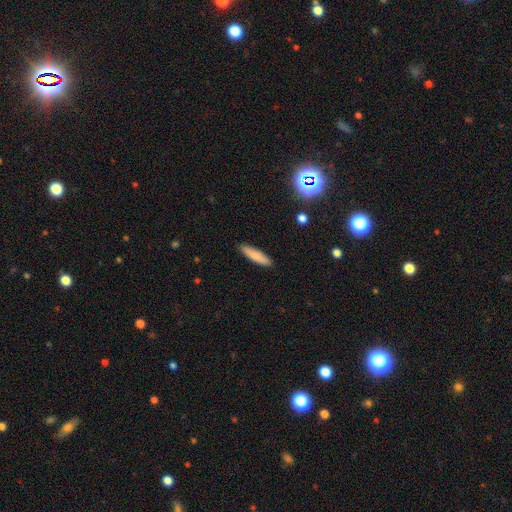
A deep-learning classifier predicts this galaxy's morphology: A smooth galaxy with no disk features (84%) that is cigar-shaped (76%).

Vote fractions:
- Smooth or featured? smooth: 84% / featured or disk: 10% / star or artifact: 6%
- How rounded? cigar-shaped: 76% / in between: 22% / round: 1%
- Merging? none: 90% / minor disturbance: 7% / major disturbance: 1% / merger: 1%